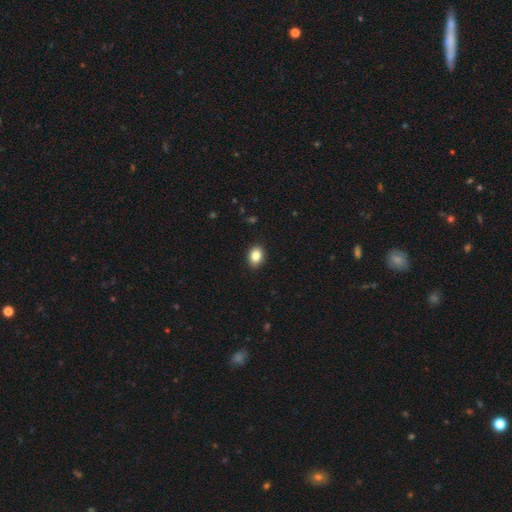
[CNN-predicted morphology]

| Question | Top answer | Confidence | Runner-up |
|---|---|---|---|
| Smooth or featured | smooth | 85% | star or artifact (9%) |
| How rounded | in between | 66% | round (33%) |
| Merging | none | 90% | minor disturbance (7%) |